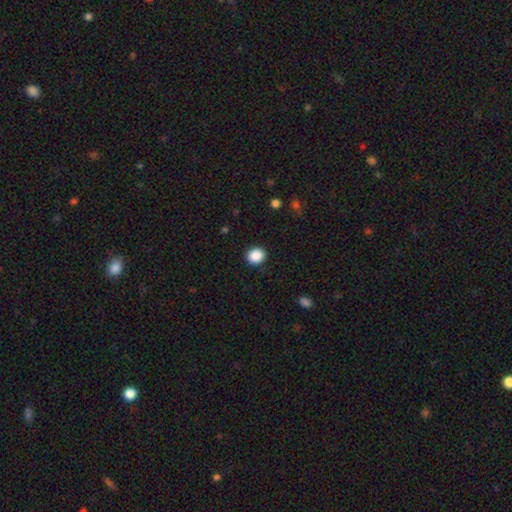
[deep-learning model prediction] smooth-or-featured: smooth: 88% | star or artifact: 9% | featured or disk: 3%
  how-rounded: round: 76% | in between: 23% | cigar-shaped: 1%
  merging: none: 91% | minor disturbance: 6% | major disturbance: 2% | merger: 1%